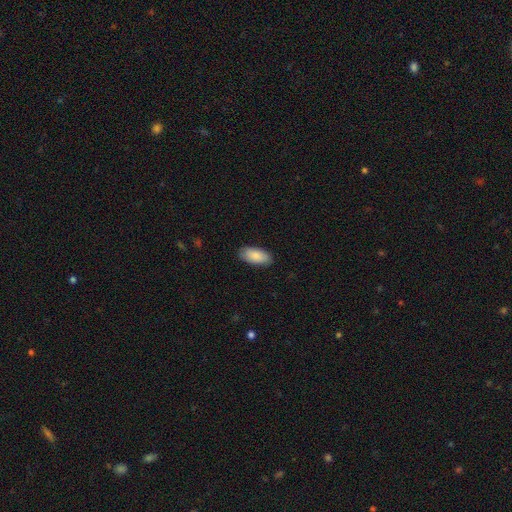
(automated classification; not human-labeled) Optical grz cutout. It shows a smooth galaxy with no disk features (87%) that is in between round and cigar-shaped (92%). Merging: none (86%).